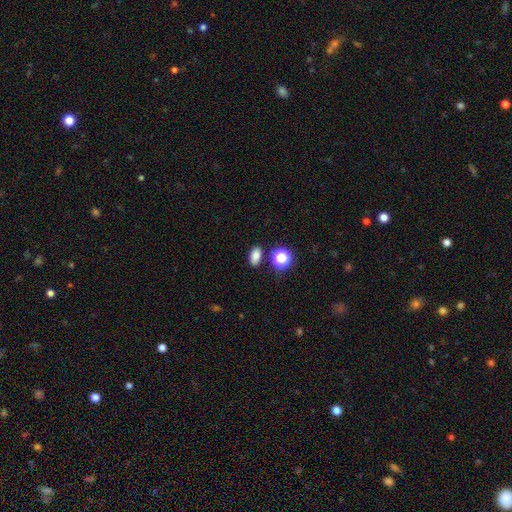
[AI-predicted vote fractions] smooth 80%, star or artifact 14%, featured or disk 6%. Down the decision tree: how rounded — in between (82%); merging — none (82%).